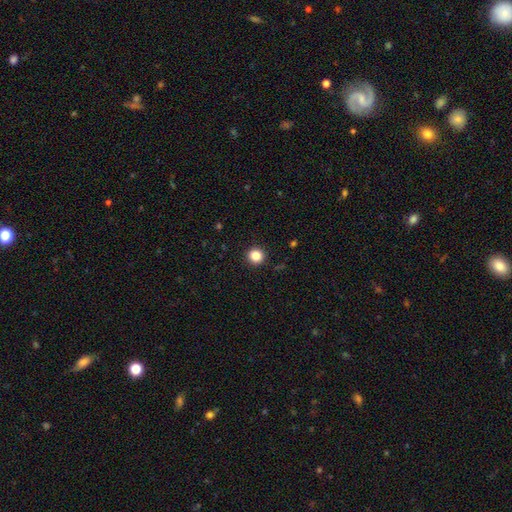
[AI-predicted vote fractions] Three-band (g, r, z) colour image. It shows a smooth galaxy with no disk features (85%) that is round (94%). Merging: none (93%).